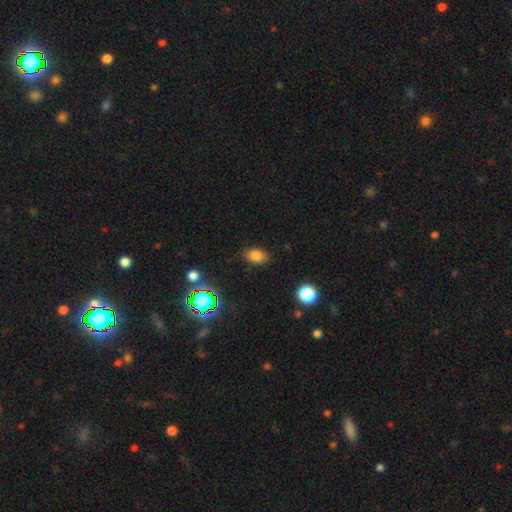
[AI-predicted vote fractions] smooth-or-featured: smooth: 78% | star or artifact: 15% | featured or disk: 7%
  how-rounded: in between: 82% | round: 17% | cigar-shaped: 1%
  merging: none: 85% | minor disturbance: 11% | major disturbance: 3% | merger: 1%